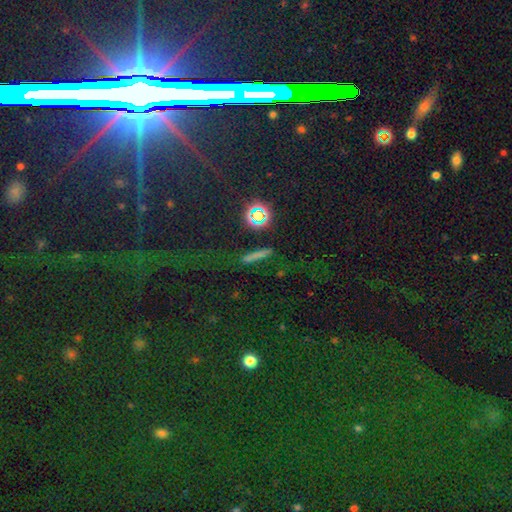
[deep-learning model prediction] This appears to be a smooth galaxy with no disk features (53%) that is cigar-shaped (83%). Merging: none (87%).